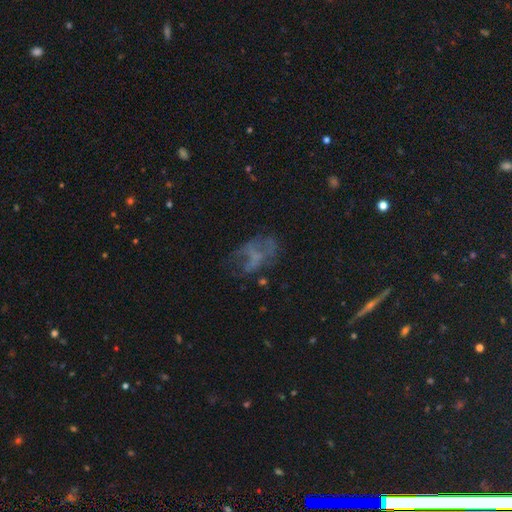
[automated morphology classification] Overall: featured or disk (52%; smooth 27%). Edge-on disk: no (96%). Merging: none (40%; major disturbance 35%).